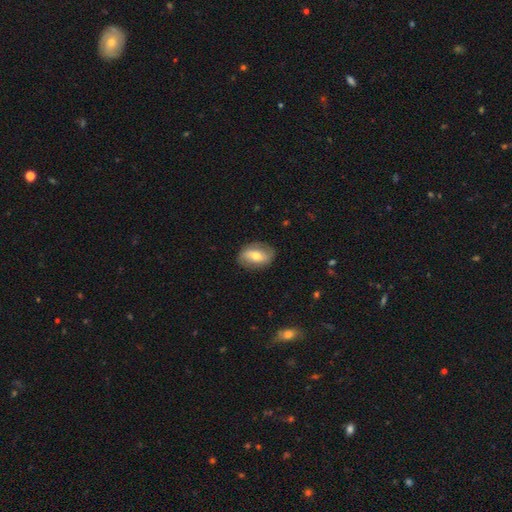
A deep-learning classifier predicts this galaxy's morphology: Q: Smooth or featured?
A: smooth (49%); runner-up: featured or disk (44%)
Q: Merging?
A: none (82%); runner-up: minor disturbance (13%)